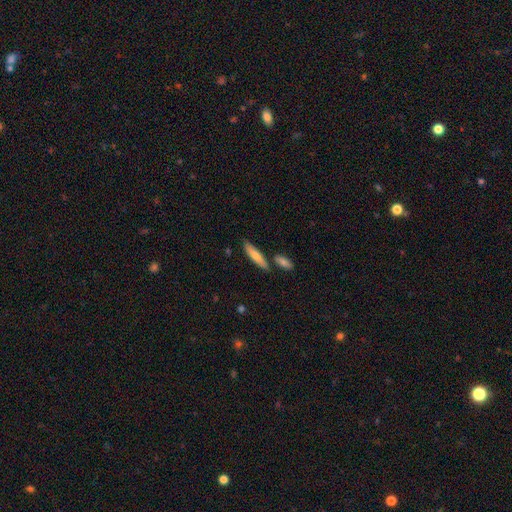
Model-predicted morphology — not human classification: Smooth or featured?
  - smooth: 72% *
  - featured or disk: 22%
  - star or artifact: 5%
How rounded?
  - cigar-shaped: 77% *
  - in between: 21%
  - round: 2%
Merging?
  - none: 74% *
  - merger: 12%
  - minor disturbance: 11%
  - major disturbance: 2%